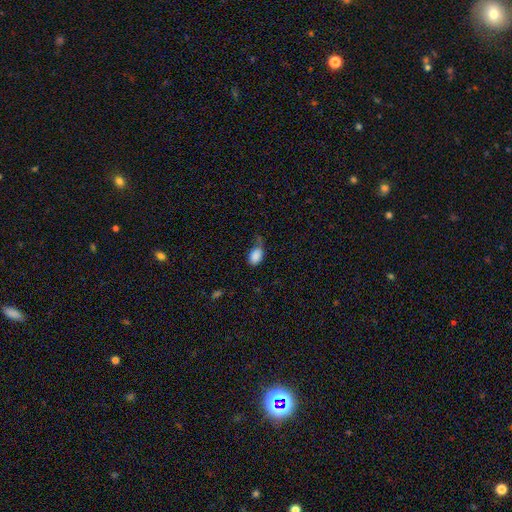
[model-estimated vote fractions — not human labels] The model was most divided on "merging": minor disturbance: 37%, none: 34%, major disturbance: 24%, merger: 4%. More confident: how rounded — in between (87%); smooth or featured — smooth (85%).